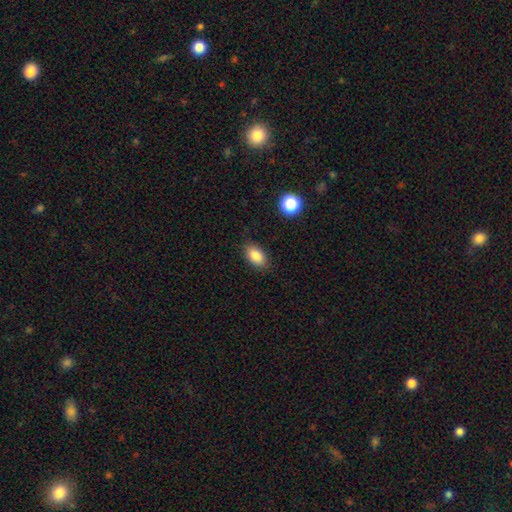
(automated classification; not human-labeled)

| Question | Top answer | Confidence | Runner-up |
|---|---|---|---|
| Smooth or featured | smooth | 85% | star or artifact (9%) |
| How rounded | in between | 89% | round (9%) |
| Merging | none | 84% | minor disturbance (12%) |